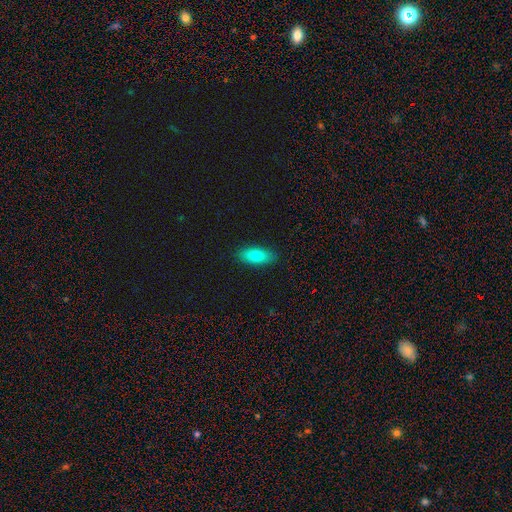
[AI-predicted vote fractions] smooth 81%, featured or disk 12%, star or artifact 7%. Down the decision tree: how rounded — in between (80%); merging — none (89%).